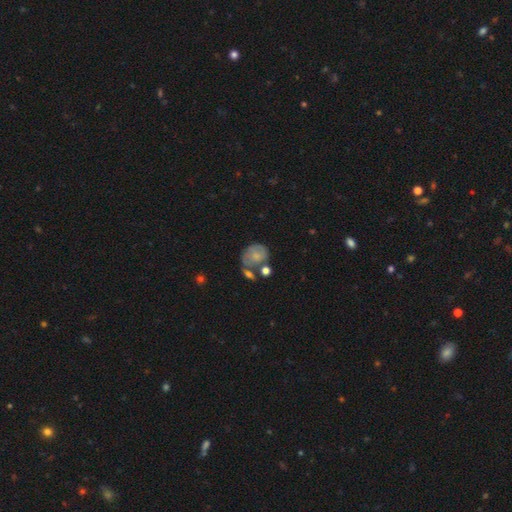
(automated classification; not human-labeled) Overall: smooth (60%; featured or disk 31%). How rounded: round (50%; in between 49%). Merging: none (43%; minor disturbance 23%).